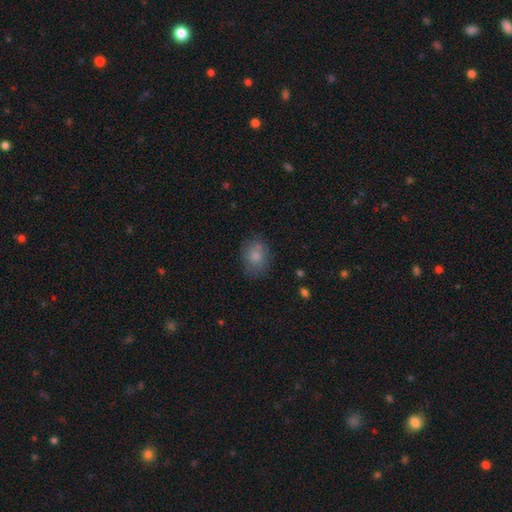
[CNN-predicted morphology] This appears to be a smooth galaxy with no disk features (80%) that is in between round and cigar-shaped (50%). Merging: none (70%).